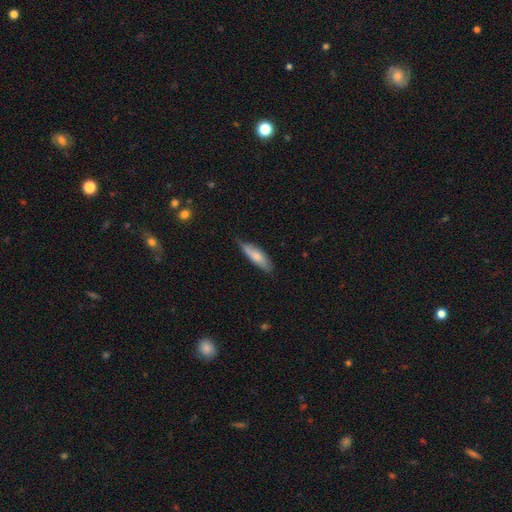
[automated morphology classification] This appears to be a smooth galaxy with no disk features (71%) that is cigar-shaped (52%). Merging: none (69%).